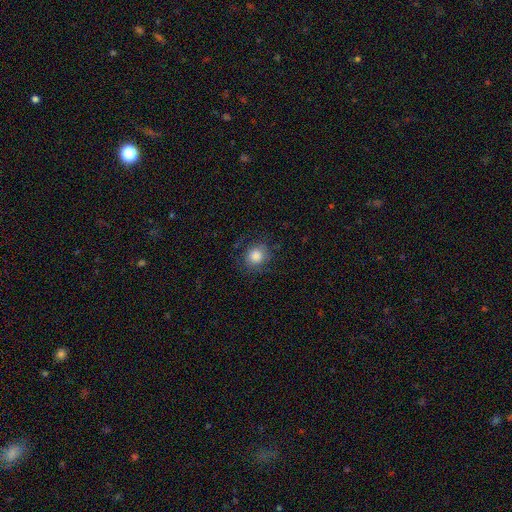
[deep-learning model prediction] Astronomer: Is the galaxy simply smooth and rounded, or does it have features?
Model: smooth — 82%.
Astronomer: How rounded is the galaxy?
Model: round — 81%.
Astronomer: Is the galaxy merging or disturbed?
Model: none — 75%.